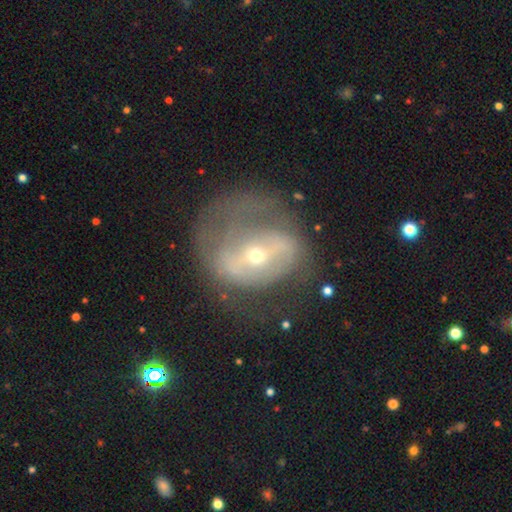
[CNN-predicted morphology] A featured or disk galaxy (70%) with a strong bar (34%), spiral arms (54%) and a small central bulge (64%). Merging: none (40%).